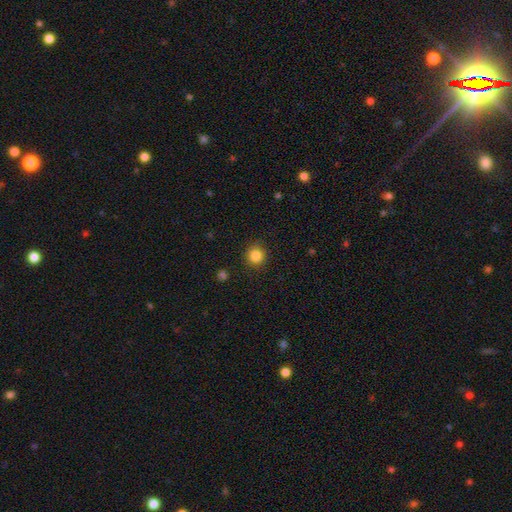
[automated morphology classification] Overall: smooth (84%). How rounded: round (93%). Merging: none (89%).